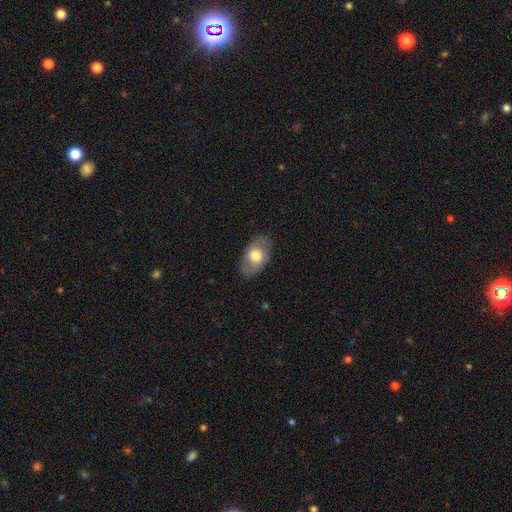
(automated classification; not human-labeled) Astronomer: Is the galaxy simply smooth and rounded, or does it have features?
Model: smooth — 64%.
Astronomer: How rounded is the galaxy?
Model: in between — 90%.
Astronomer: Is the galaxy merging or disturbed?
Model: none — 82%.